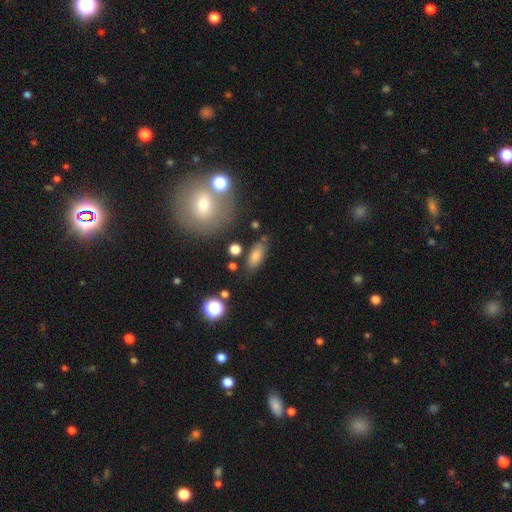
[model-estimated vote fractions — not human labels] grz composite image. It shows a smooth galaxy with no disk features (78%) that is in between round and cigar-shaped (82%). Merging: none (75%).